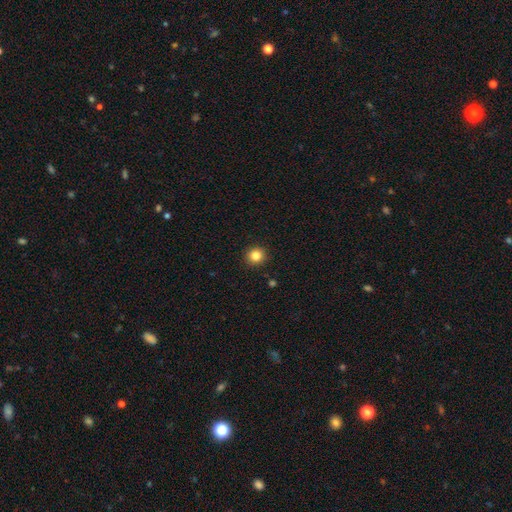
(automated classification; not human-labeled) smooth 84%, star or artifact 12%, featured or disk 5%. Down the decision tree: how rounded — round (92%); merging — none (92%).